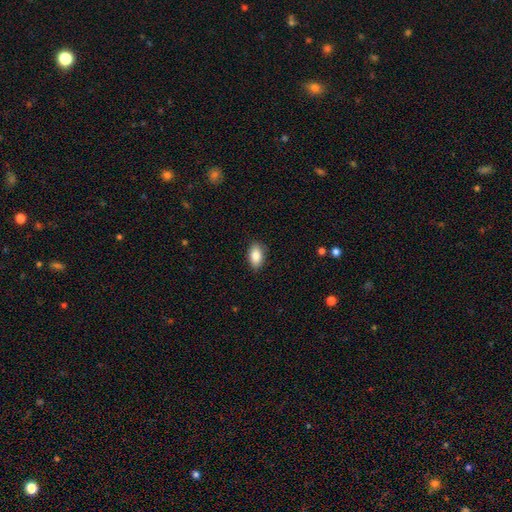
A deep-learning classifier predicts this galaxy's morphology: Smooth or featured? smooth (86%)
How rounded? in between (91%)
Merging? none (87%)